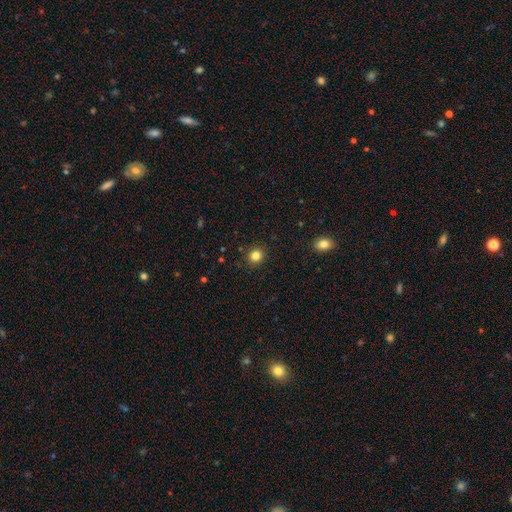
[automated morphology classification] smooth 84%, star or artifact 12%, featured or disk 4%. Down the decision tree: how rounded — round (86%); merging — none (90%).